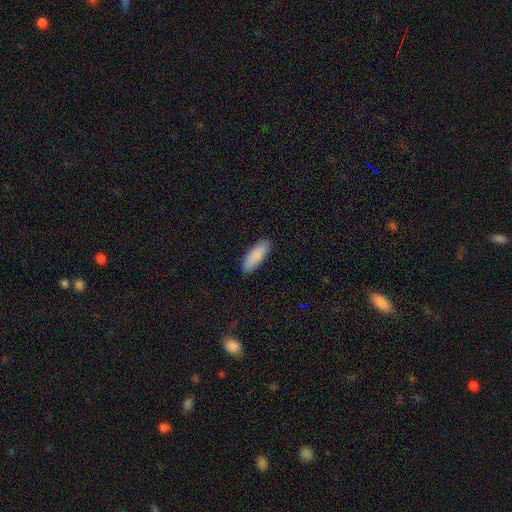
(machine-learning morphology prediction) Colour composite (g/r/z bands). It shows a smooth galaxy with no disk features (89%) that is in between round and cigar-shaped (67%). Merging: none (85%).